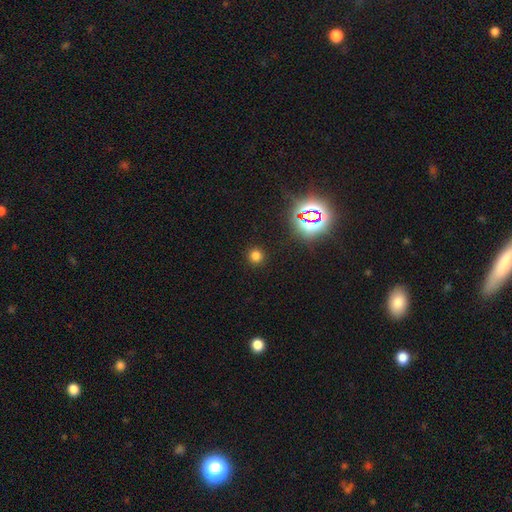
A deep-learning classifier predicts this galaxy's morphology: Smooth or featured? Predicted: smooth (p=0.74). How rounded? Predicted: round (p=0.93). Merging? Predicted: none (p=0.91).